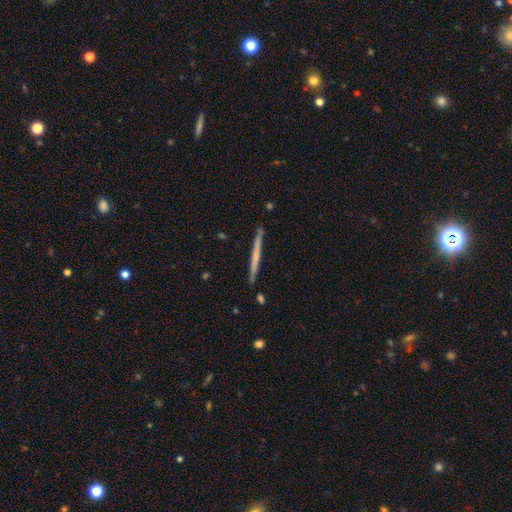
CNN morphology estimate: A smooth galaxy with no disk features (48%).

Vote fractions:
- Smooth or featured? smooth: 48% / featured or disk: 47% / star or artifact: 5%
- Merging? none: 91% / minor disturbance: 7% / merger: 1% / major disturbance: 1%